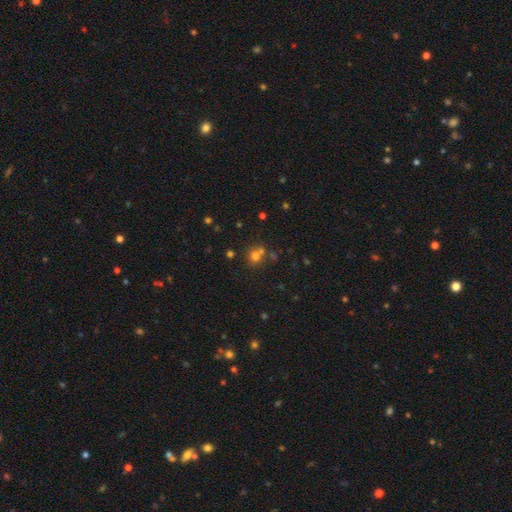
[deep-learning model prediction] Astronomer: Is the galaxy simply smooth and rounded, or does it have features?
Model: smooth — 67%.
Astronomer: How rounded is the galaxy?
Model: round — 87%.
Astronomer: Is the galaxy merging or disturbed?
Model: none — 60%.